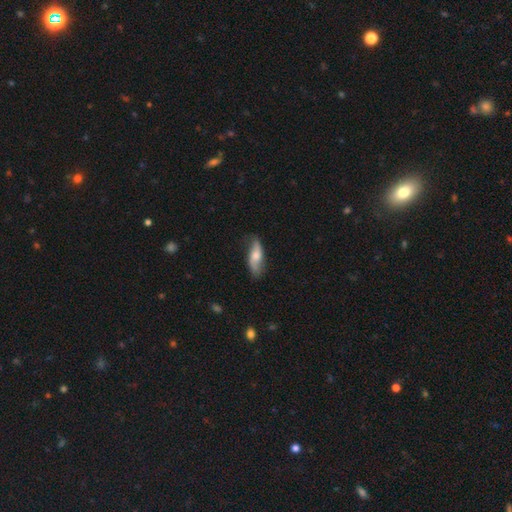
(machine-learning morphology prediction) type=smooth (49%); merging=none (69%).